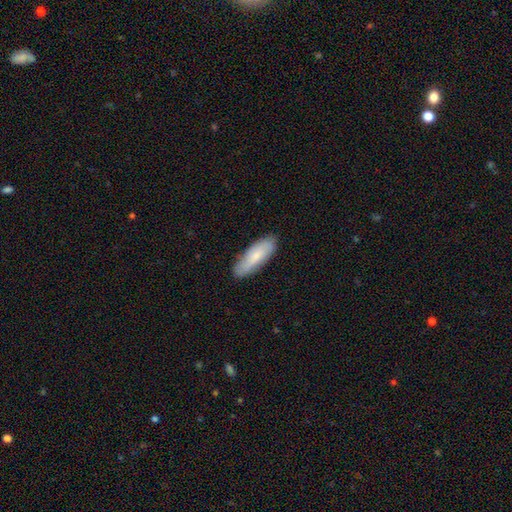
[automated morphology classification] Smooth or featured?
  - smooth: 74% *
  - featured or disk: 20%
  - star or artifact: 6%
How rounded?
  - in between: 56% *
  - cigar-shaped: 43%
  - round: 2%
Merging?
  - none: 84% *
  - minor disturbance: 13%
  - major disturbance: 2%
  - merger: 1%